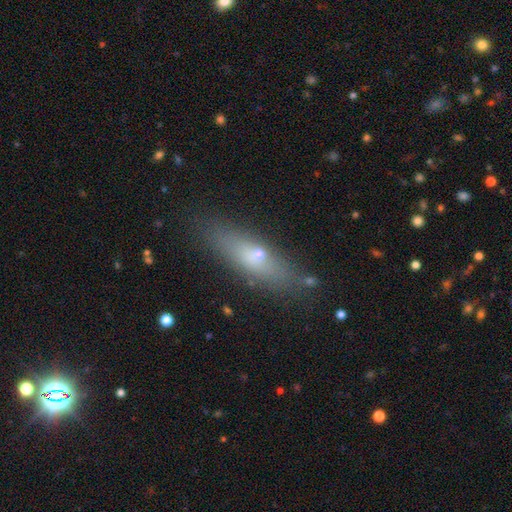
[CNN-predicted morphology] Smooth or featured? Predicted: smooth (p=0.55). How rounded? Predicted: cigar-shaped (p=0.55). Merging? Predicted: none (p=0.79).